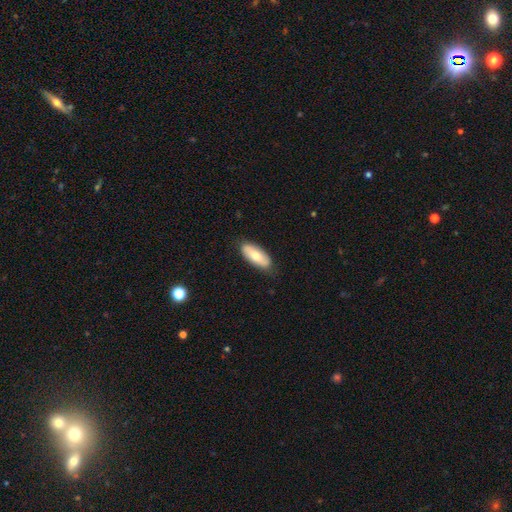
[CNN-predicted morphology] The model was most divided on "smooth or featured": smooth: 67%, featured or disk: 27%, star or artifact: 5%. More confident: merging — none (82%); how rounded — in between (80%).